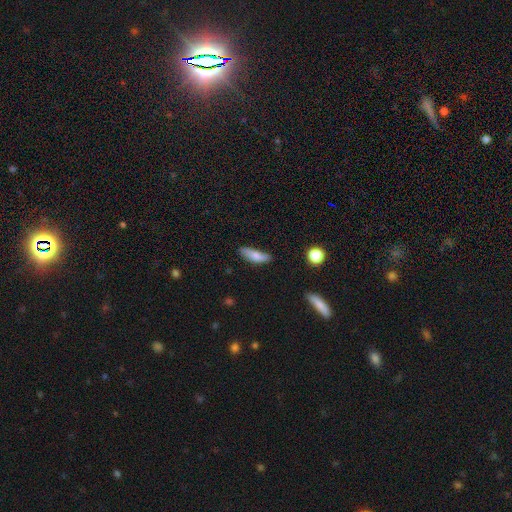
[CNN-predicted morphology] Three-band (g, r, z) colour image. It shows a smooth galaxy with no disk features (70%) that is in between round and cigar-shaped (50%). Merging: none (69%).